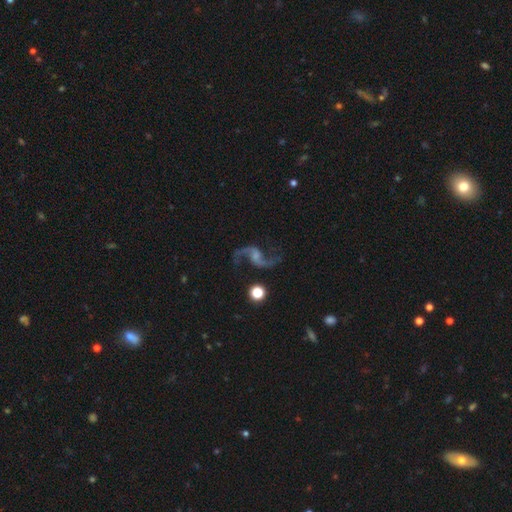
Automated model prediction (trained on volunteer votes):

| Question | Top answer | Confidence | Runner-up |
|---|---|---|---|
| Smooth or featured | featured or disk | 90% | star or artifact (6%) |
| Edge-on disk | no | 97% | yes (3%) |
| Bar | no | 44% | weak (42%) |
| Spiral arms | yes | 98% | no (2%) |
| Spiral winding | loose | 82% | medium (16%) |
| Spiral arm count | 2 | 94% | 1 (2%) |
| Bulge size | small | 41% | none (29%) |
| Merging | none | 79% | minor disturbance (12%) |